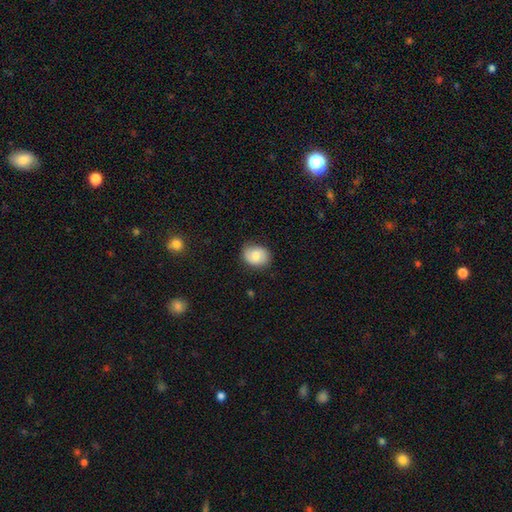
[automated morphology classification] This appears to be a smooth galaxy with no disk features (68%) that is in between round and cigar-shaped (53%). Merging: none (77%).